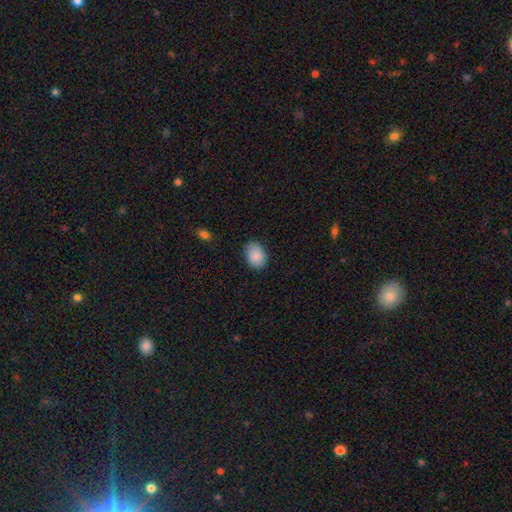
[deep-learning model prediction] smooth_or_featured: smooth (p=0.89) [alt: star or artifact p=0.07]
how_rounded: in between (p=0.76) [alt: round p=0.23]
merging: none (p=0.80) [alt: minor disturbance p=0.15]